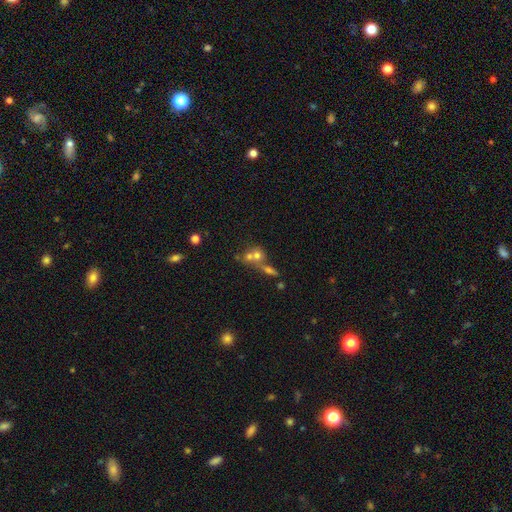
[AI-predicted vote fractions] Overall: smooth (59%; featured or disk 25%). How rounded: round (71%). Merging: merger (61%; none 28%).